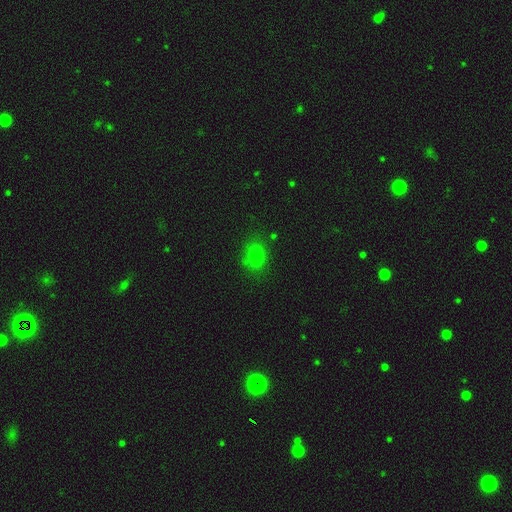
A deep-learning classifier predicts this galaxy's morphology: Smooth or featured: smooth — 78% (star or artifact — 16%)
How rounded: round — 57% (in between — 42%)
Merging: none — 79% (minor disturbance — 15%)